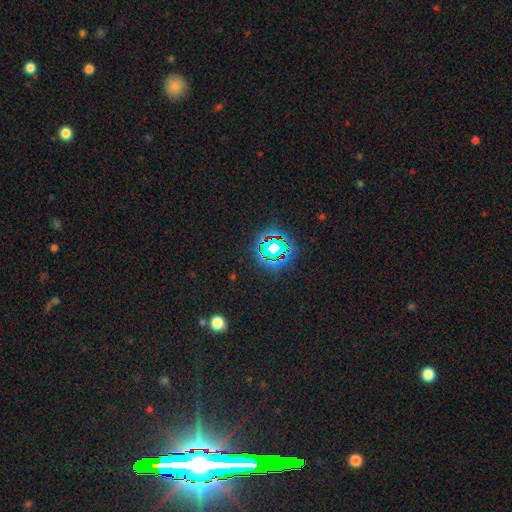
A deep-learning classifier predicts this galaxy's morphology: This appears to be a star or artifact, not a galaxy (80%).